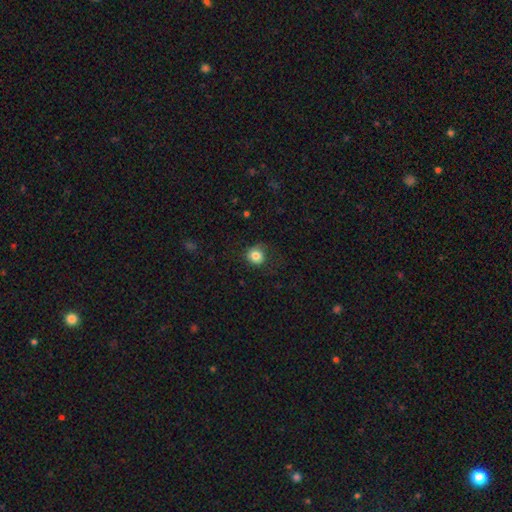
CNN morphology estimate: The model was most divided on "merging": none: 69%, minor disturbance: 19%, major disturbance: 11%, merger: 1%. More confident: how rounded — round (88%); smooth or featured — smooth (82%).